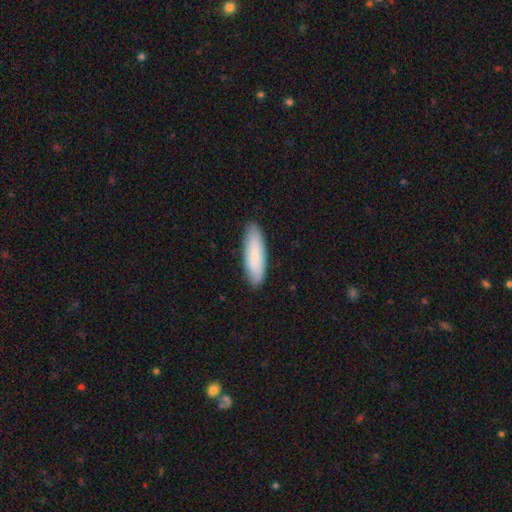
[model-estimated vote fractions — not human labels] Smooth or featured?
  - smooth: 82% *
  - featured or disk: 12%
  - star or artifact: 6%
How rounded?
  - cigar-shaped: 60% *
  - in between: 39%
  - round: 1%
Merging?
  - none: 89% *
  - minor disturbance: 9%
  - major disturbance: 2%
  - merger: 1%